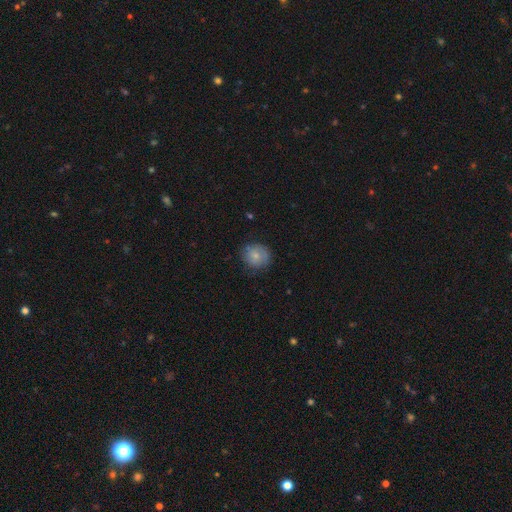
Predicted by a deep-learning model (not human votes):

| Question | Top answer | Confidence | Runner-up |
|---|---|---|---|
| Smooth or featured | smooth | 73% | featured or disk (19%) |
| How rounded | round | 84% | in between (15%) |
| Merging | none | 73% | minor disturbance (20%) |